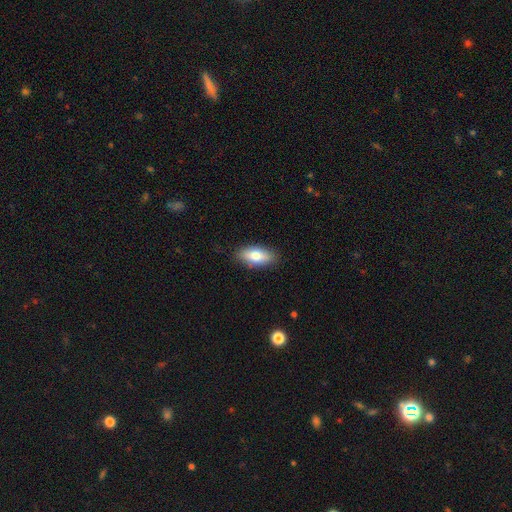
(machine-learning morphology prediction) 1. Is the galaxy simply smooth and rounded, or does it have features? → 78% smooth, 16% featured or disk, 7% star or artifact.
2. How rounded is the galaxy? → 85% in between, 12% cigar-shaped, 3% round.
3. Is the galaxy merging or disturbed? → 86% none, 10% minor disturbance, 2% major disturbance, 1% merger.